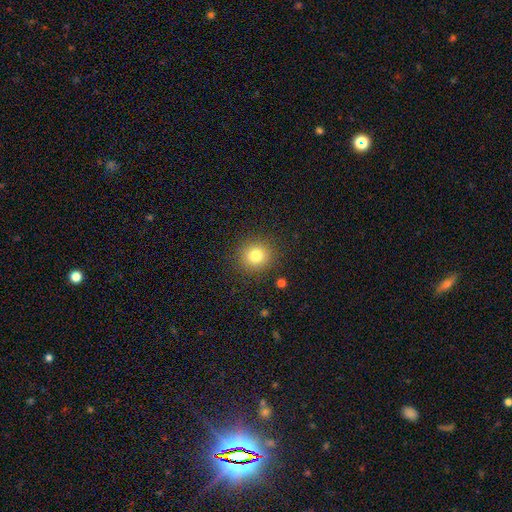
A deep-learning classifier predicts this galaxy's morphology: A smooth galaxy with no disk features (79%) that is round (90%).

Vote fractions:
- Smooth or featured? smooth: 79% / star or artifact: 13% / featured or disk: 8%
- How rounded? round: 90% / in between: 10% / cigar-shaped: 1%
- Merging? none: 89% / minor disturbance: 7% / major disturbance: 3% / merger: 1%